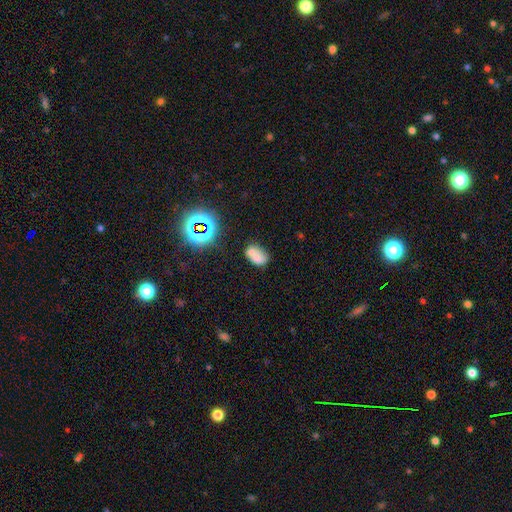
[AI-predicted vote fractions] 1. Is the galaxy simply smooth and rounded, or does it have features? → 65% smooth, 20% featured or disk, 15% star or artifact.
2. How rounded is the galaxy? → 79% in between, 19% round, 2% cigar-shaped.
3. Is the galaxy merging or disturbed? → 40% merger, 38% none, 15% minor disturbance, 7% major disturbance.